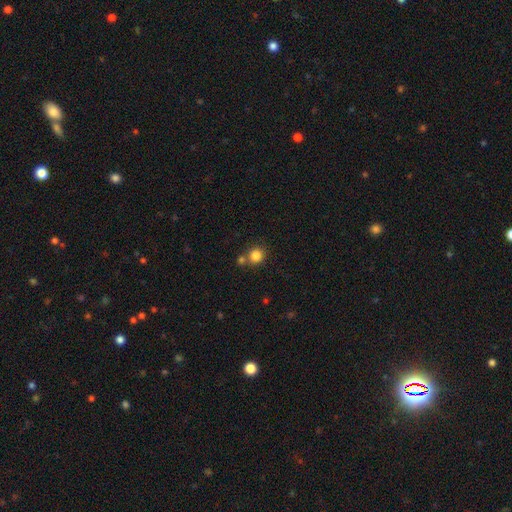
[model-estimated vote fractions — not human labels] This appears to be a smooth galaxy with no disk features (84%) that is round (88%). Merging: none (66%).